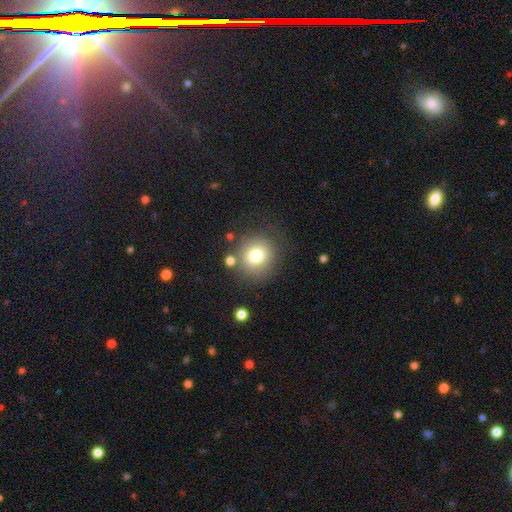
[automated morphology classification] smooth 75%, featured or disk 13%, star or artifact 12%. Down the decision tree: how rounded — round (88%); merging — none (73%).